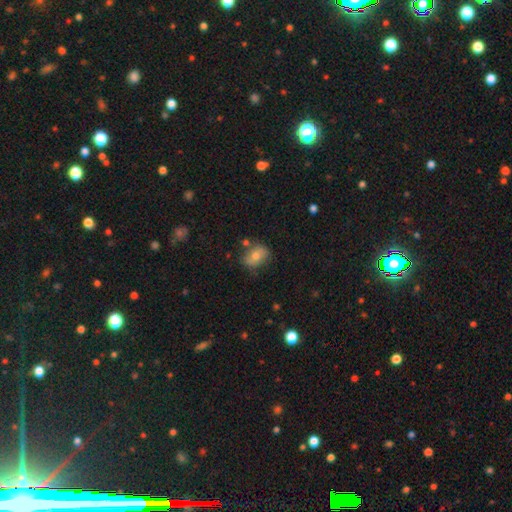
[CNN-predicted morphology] Q: Smooth or featured?
A: smooth (61%); runner-up: featured or disk (27%)
Q: How rounded?
A: in between (63%); runner-up: round (36%)
Q: Merging?
A: none (71%); runner-up: minor disturbance (18%)